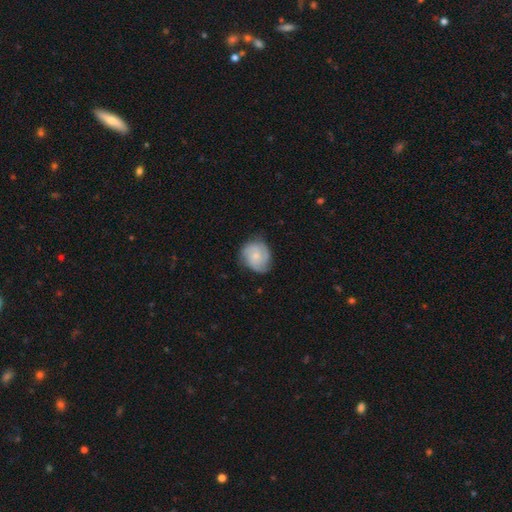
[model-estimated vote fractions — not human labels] This appears to be a featured or disk galaxy (59%) with no bar (78%), 3 (46%) tight (49%) spiral arms (92%) and a small central bulge (61%). Merging: none (70%).